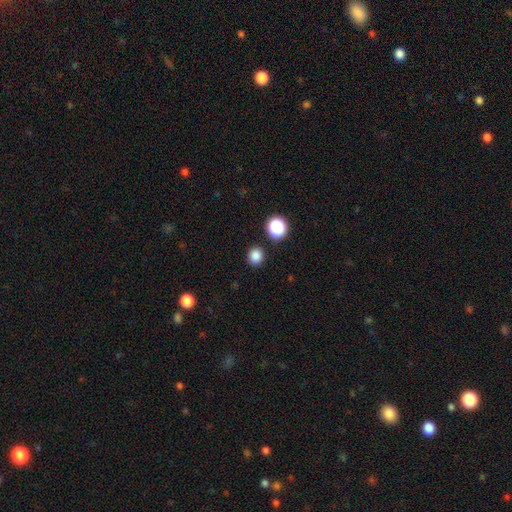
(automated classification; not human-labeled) Overall: smooth (84%). How rounded: round (87%). Merging: none (89%).